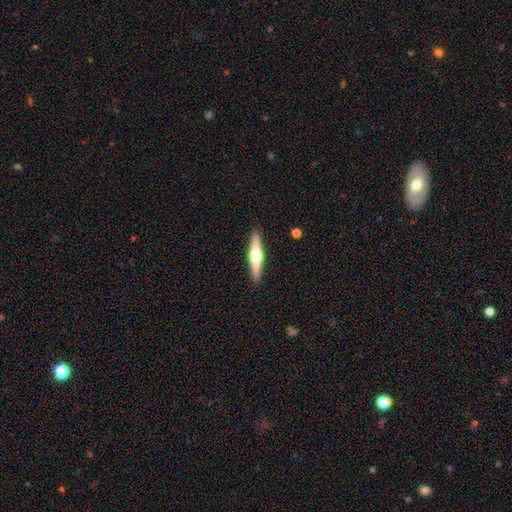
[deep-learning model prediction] Smooth or featured? Predicted: featured or disk (p=0.67). Edge-on disk? Predicted: yes (p=0.97). Edge-on bulge? Predicted: rounded (p=0.95). Merging? Predicted: none (p=0.91).